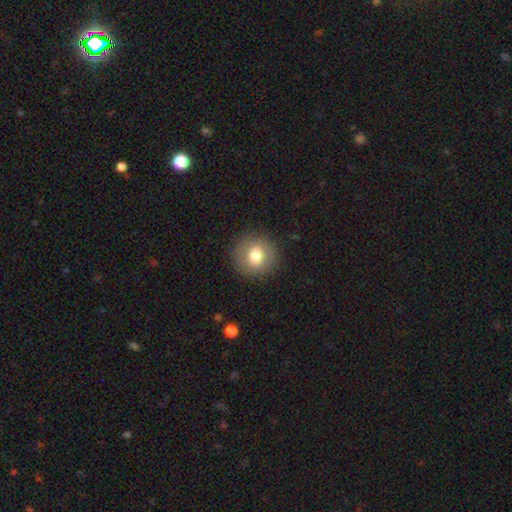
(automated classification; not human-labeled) This is likely a smooth galaxy (74%). How rounded: clearly round (91%). Merging: clearly none (89%).